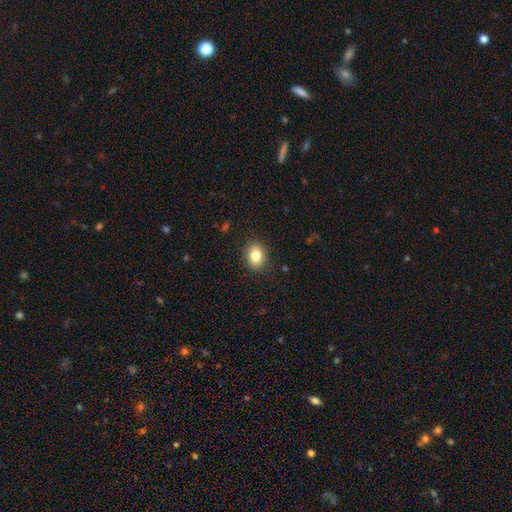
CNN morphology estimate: A smooth galaxy with no disk features (83%) that is in between round and cigar-shaped (59%).

Vote fractions:
- Smooth or featured? smooth: 83% / star or artifact: 9% / featured or disk: 7%
- How rounded? in between: 59% / round: 40% / cigar-shaped: 1%
- Merging? none: 89% / minor disturbance: 8% / major disturbance: 2% / merger: 1%